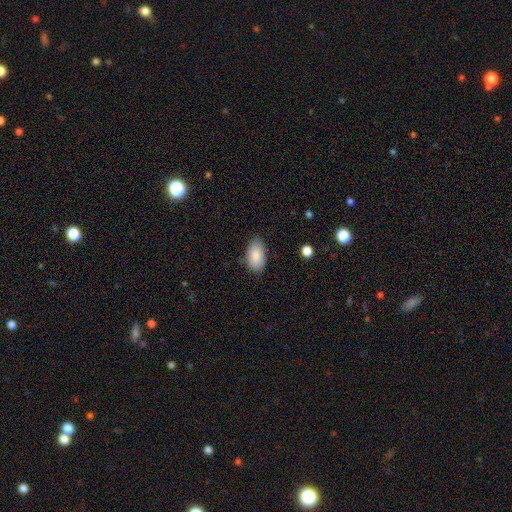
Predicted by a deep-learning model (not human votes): A smooth galaxy with no disk features (86%) that is in between round and cigar-shaped (94%).

Vote fractions:
- Smooth or featured? smooth: 86% / featured or disk: 7% / star or artifact: 6%
- How rounded? in between: 94% / round: 4% / cigar-shaped: 2%
- Merging? none: 79% / minor disturbance: 16% / major disturbance: 3% / merger: 1%